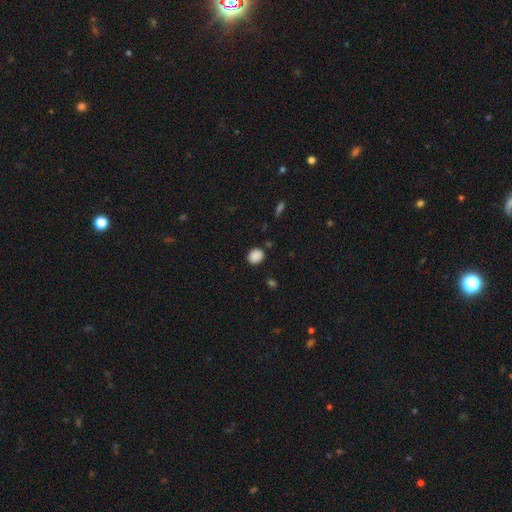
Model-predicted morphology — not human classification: A smooth galaxy with no disk features (88%) that is round (69%).

Vote fractions:
- Smooth or featured? smooth: 88% / star or artifact: 9% / featured or disk: 3%
- How rounded? round: 69% / in between: 30% / cigar-shaped: 1%
- Merging? none: 86% / minor disturbance: 9% / major disturbance: 3% / merger: 2%